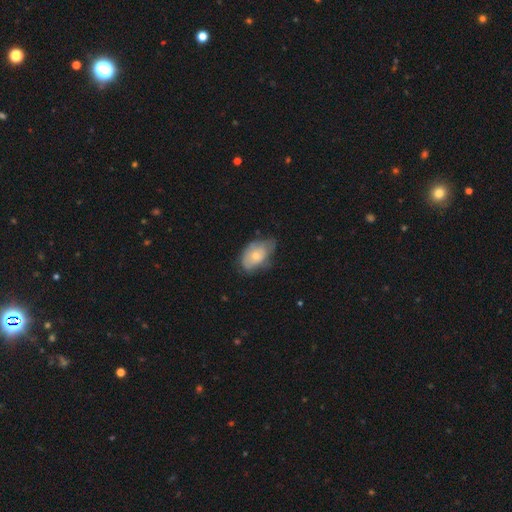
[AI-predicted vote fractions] A smooth galaxy with no disk features (63%) that is in between round and cigar-shaped (88%). Merging: minor disturbance (42%).